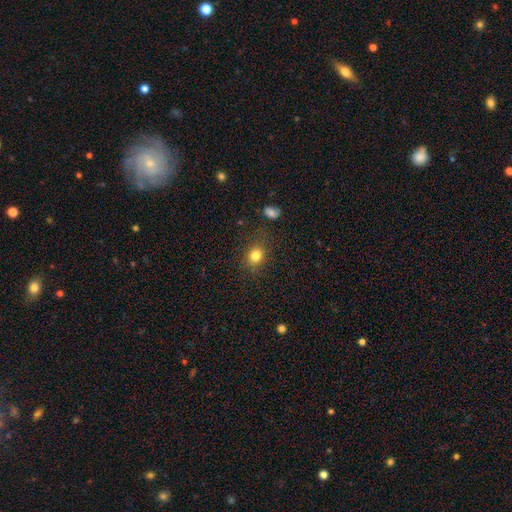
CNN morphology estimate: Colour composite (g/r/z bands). It shows a smooth galaxy with no disk features (81%) that is round (60%). Merging: none (81%).